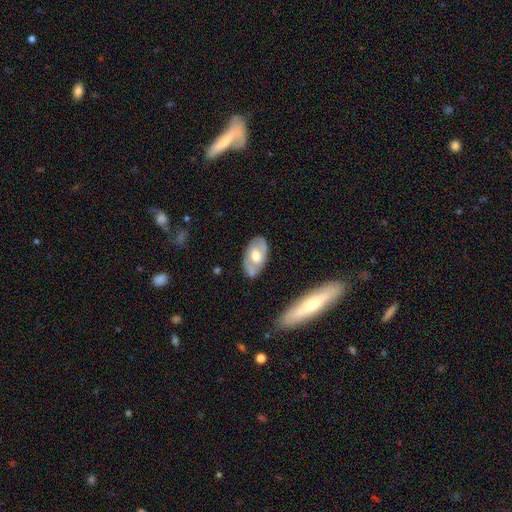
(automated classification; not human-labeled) featured or disk 56%, smooth 39%, star or artifact 5%. Down the decision tree: edge-on disk — no (88%); merging — none (73%).